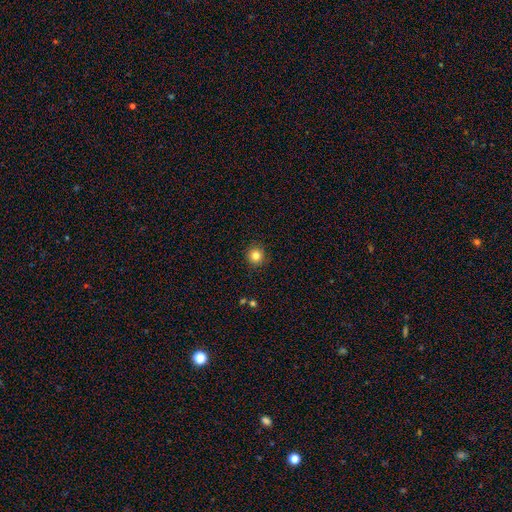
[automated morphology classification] Smooth or featured?
  - smooth: 82% *
  - star or artifact: 12%
  - featured or disk: 6%
How rounded?
  - round: 94% *
  - in between: 5%
  - cigar-shaped: 1%
Merging?
  - none: 91% *
  - minor disturbance: 6%
  - major disturbance: 2%
  - merger: 1%